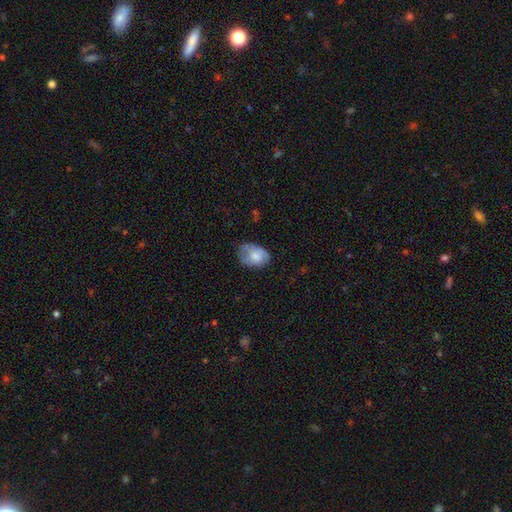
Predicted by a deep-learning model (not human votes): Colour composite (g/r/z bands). It shows a smooth galaxy with no disk features (69%) that is in between round and cigar-shaped (79%). Merging: none (52%).